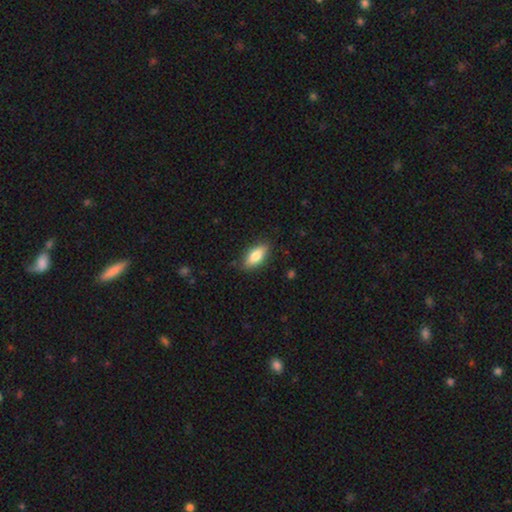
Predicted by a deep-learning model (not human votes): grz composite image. It shows a smooth galaxy with no disk features (76%) that is in between round and cigar-shaped (82%). Merging: none (84%).